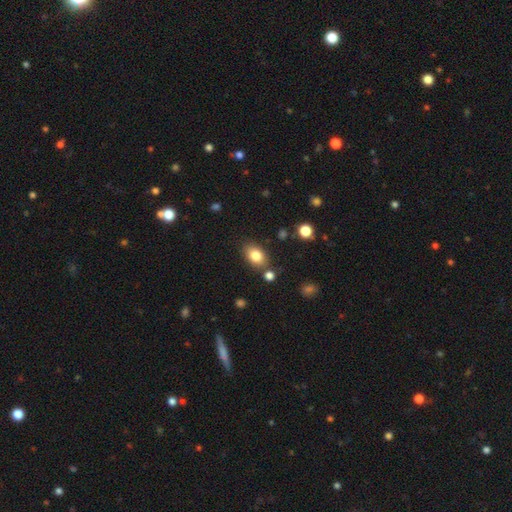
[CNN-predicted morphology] Overall: smooth (82%). How rounded: in between (79%). Merging: none (78%).